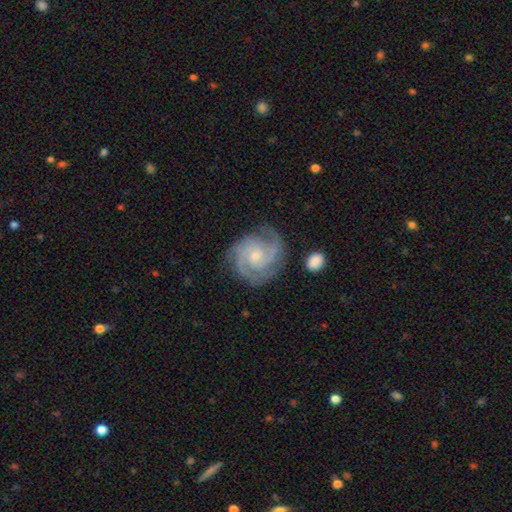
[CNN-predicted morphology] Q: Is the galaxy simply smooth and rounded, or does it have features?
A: featured or disk — 89%.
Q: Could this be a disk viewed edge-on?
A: no — 98%.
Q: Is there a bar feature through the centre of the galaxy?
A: no — 64%.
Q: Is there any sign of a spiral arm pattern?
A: yes — 98%.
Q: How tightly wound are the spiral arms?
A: tight — 58%.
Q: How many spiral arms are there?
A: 3 — 43%.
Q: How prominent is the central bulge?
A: small — 58%.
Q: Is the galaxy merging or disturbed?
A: none — 77%.